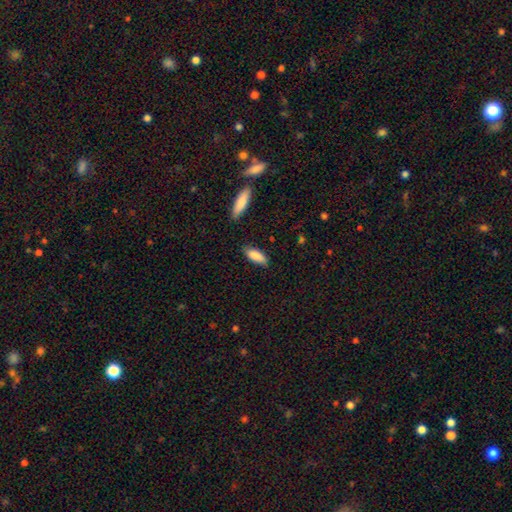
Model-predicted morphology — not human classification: Q: Smooth or featured?
A: smooth (87%); runner-up: featured or disk (7%)
Q: How rounded?
A: in between (74%); runner-up: cigar-shaped (24%)
Q: Merging?
A: none (78%); runner-up: minor disturbance (17%)